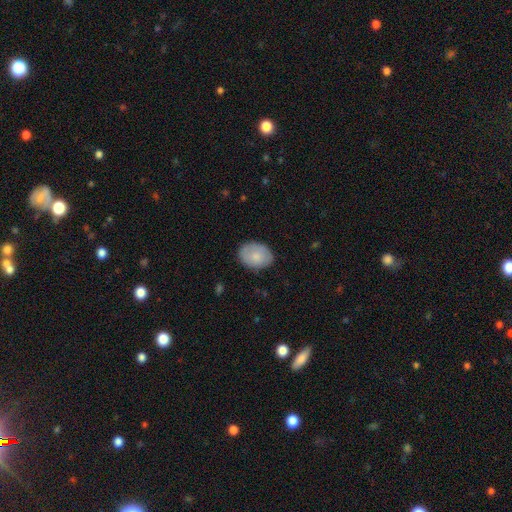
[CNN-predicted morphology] smooth_or_featured: smooth (p=0.79) [alt: featured or disk p=0.15]
how_rounded: in between (p=0.73) [alt: round p=0.26]
merging: none (p=0.81) [alt: minor disturbance p=0.15]